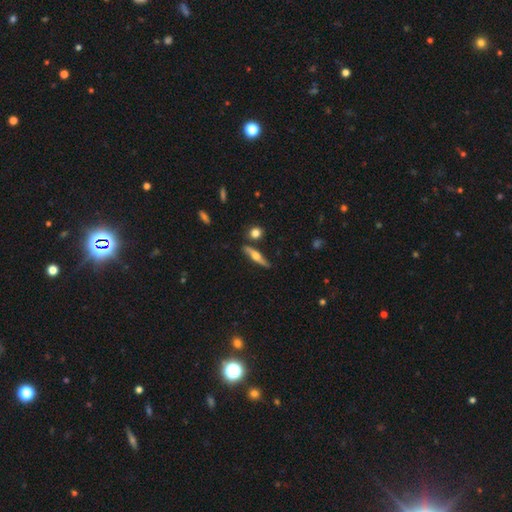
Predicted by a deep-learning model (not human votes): Smooth or featured? Predicted: featured or disk (p=0.62). Edge-on disk? Predicted: yes (p=0.92). Edge-on bulge? Predicted: rounded (p=0.93). Merging? Predicted: none (p=0.80).